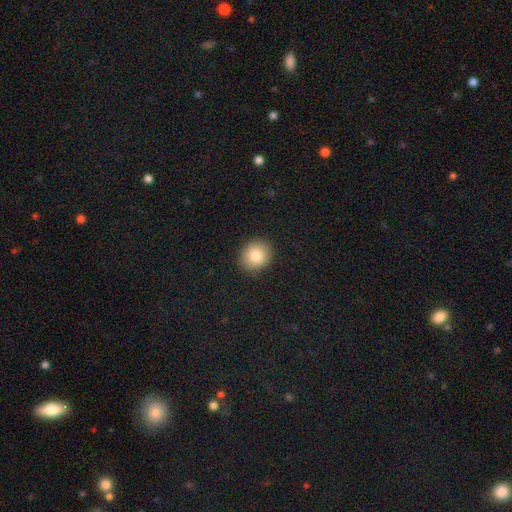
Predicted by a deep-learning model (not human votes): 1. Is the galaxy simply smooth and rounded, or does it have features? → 84% smooth, 9% star or artifact, 8% featured or disk.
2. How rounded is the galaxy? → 80% round, 19% in between, 1% cigar-shaped.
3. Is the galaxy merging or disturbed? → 90% none, 7% minor disturbance, 2% major disturbance, 1% merger.